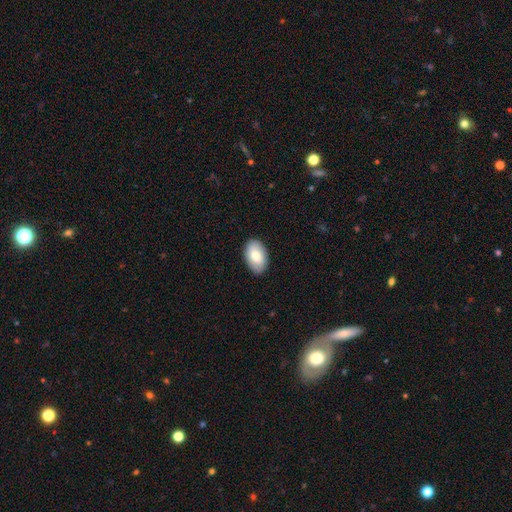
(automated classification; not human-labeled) The model was most divided on "smooth or featured": smooth: 79%, featured or disk: 15%, star or artifact: 6%. More confident: how rounded — in between (91%); merging — none (88%).